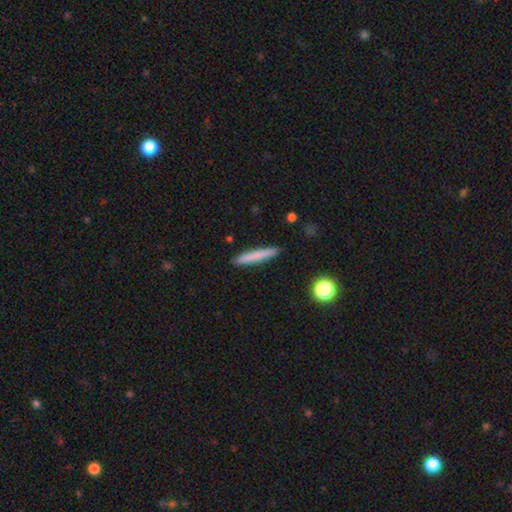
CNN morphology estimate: This is likely a smooth galaxy (75%). How rounded: clearly cigar-shaped (95%). Merging: clearly none (91%).